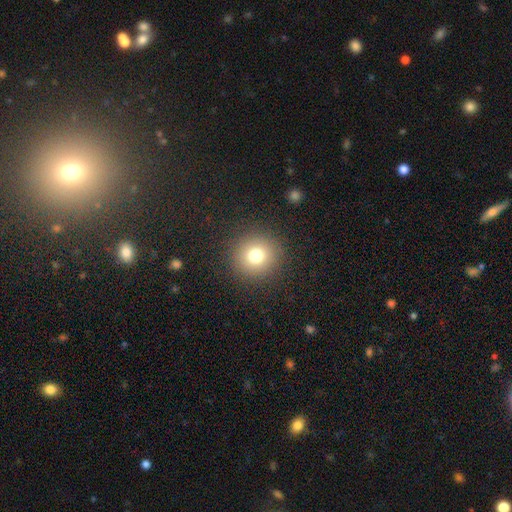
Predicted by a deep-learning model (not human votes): A smooth galaxy with no disk features (76%) that is round (94%).

Vote fractions:
- Smooth or featured? smooth: 76% / star or artifact: 15% / featured or disk: 10%
- How rounded? round: 94% / in between: 5% / cigar-shaped: 1%
- Merging? none: 90% / minor disturbance: 6% / major disturbance: 3% / merger: 1%